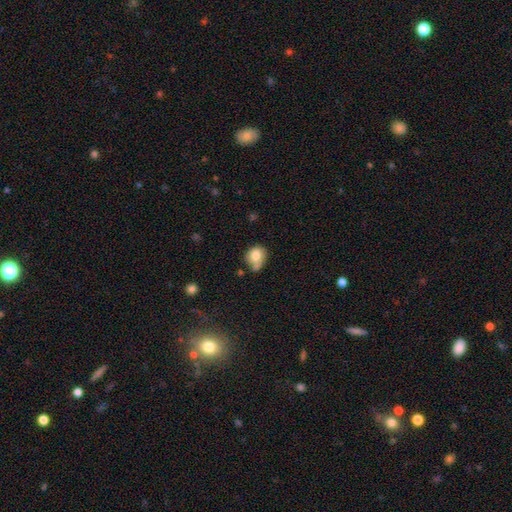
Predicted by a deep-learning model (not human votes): smooth-or-featured: smooth: 77% | featured or disk: 14% | star or artifact: 9%
  how-rounded: round: 61% | in between: 38% | cigar-shaped: 1%
  merging: none: 42% | minor disturbance: 30% | merger: 17% | major disturbance: 11%